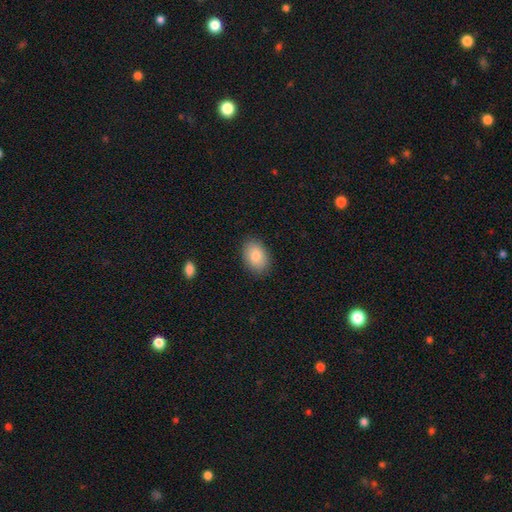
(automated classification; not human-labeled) A smooth galaxy with no disk features (83%) that is in between round and cigar-shaped (83%).

Vote fractions:
- Smooth or featured? smooth: 83% / featured or disk: 9% / star or artifact: 7%
- How rounded? in between: 83% / round: 16% / cigar-shaped: 1%
- Merging? none: 87% / minor disturbance: 10% / major disturbance: 2% / merger: 1%